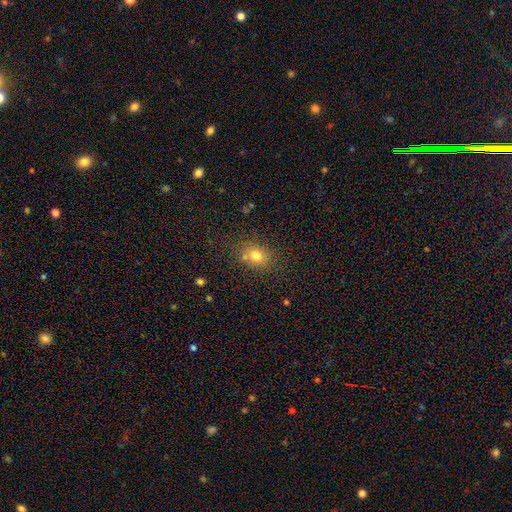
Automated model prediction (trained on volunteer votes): Smooth or featured? Predicted: smooth (p=0.76). How rounded? Predicted: round (p=0.62). Merging? Predicted: none (p=0.71).